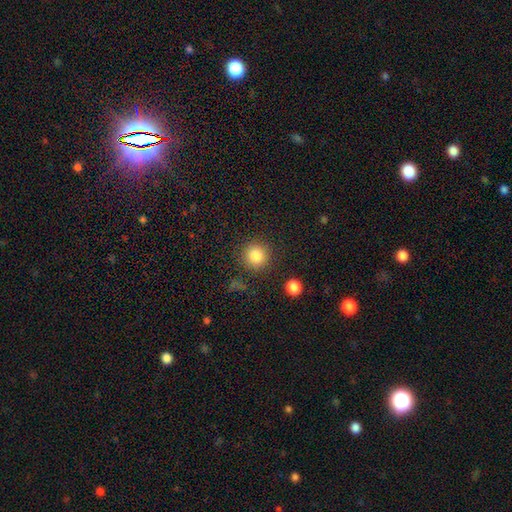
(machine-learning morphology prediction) smooth 85%, star or artifact 10%, featured or disk 5%. Down the decision tree: how rounded — round (94%); merging — none (86%).